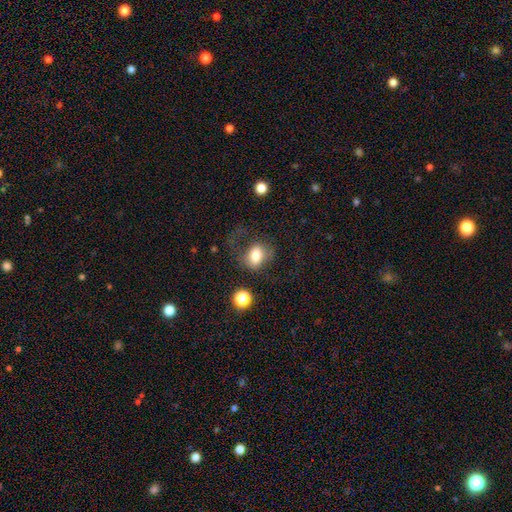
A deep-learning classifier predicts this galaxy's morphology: A smooth galaxy with no disk features (78%) that is in between round and cigar-shaped (64%).

Vote fractions:
- Smooth or featured? smooth: 78% / featured or disk: 13% / star or artifact: 10%
- How rounded? in between: 64% / round: 35% / cigar-shaped: 1%
- Merging? none: 48% / major disturbance: 27% / minor disturbance: 21% / merger: 4%